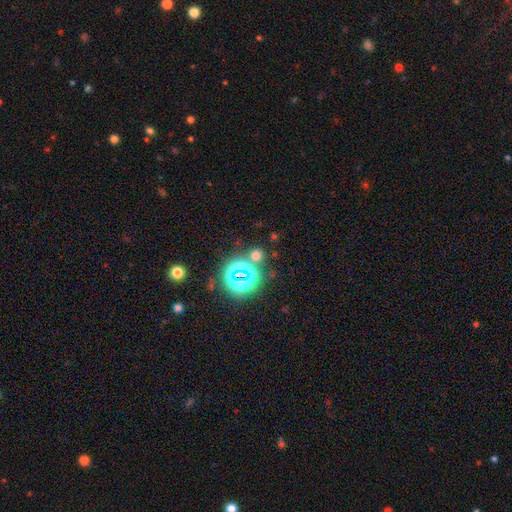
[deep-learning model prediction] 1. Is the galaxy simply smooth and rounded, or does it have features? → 54% smooth, 39% star or artifact, 7% featured or disk.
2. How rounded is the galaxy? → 88% round, 11% in between, 1% cigar-shaped.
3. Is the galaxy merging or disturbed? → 77% none, 12% merger, 8% minor disturbance, 4% major disturbance.